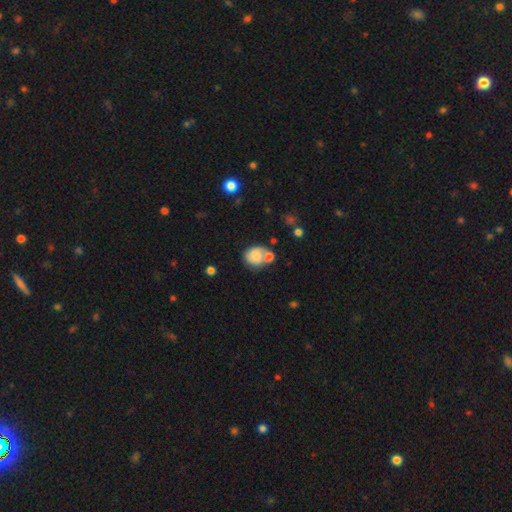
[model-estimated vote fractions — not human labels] Overall: smooth (65%; featured or disk 26%). How rounded: round (59%; in between 40%). Merging: none (36%; merger 35%).